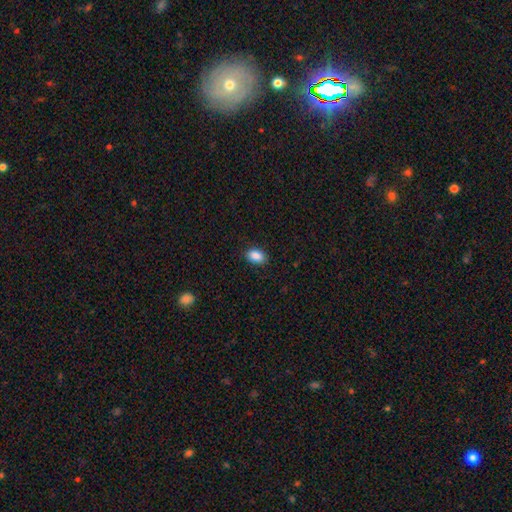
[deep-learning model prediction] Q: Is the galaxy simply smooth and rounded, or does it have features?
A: smooth — 89%.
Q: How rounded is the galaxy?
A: in between — 87%.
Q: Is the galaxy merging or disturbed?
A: none — 88%.